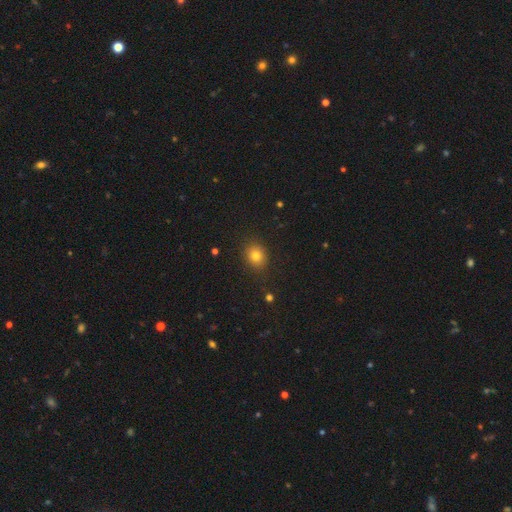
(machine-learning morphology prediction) Overall: smooth (79%). How rounded: round (56%; in between 43%). Merging: none (86%).